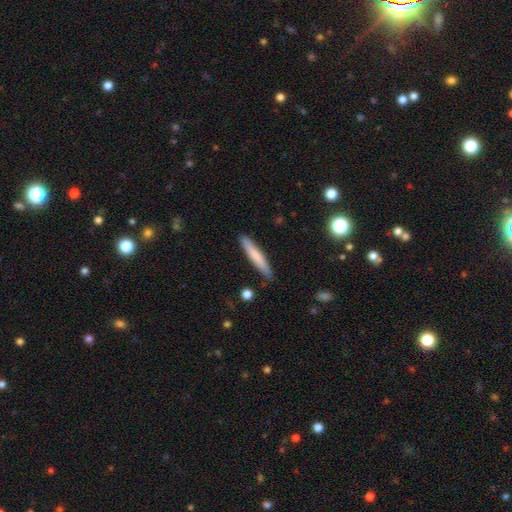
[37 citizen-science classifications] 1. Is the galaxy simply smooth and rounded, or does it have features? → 76% smooth, 19% featured or disk, 5% star or artifact.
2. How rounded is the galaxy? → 93% cigar-shaped, 7% in between, 0% round.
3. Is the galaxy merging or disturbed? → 83% none, 17% minor disturbance, 0% major disturbance, 0% merger.